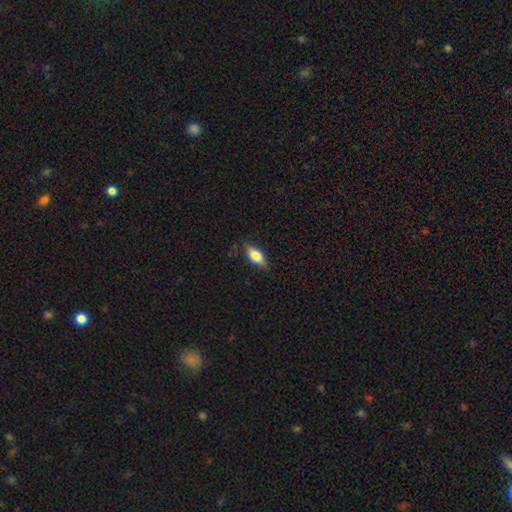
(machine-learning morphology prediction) This appears to be a smooth galaxy with no disk features (66%) that is in between round and cigar-shaped (76%). Merging: none (80%).